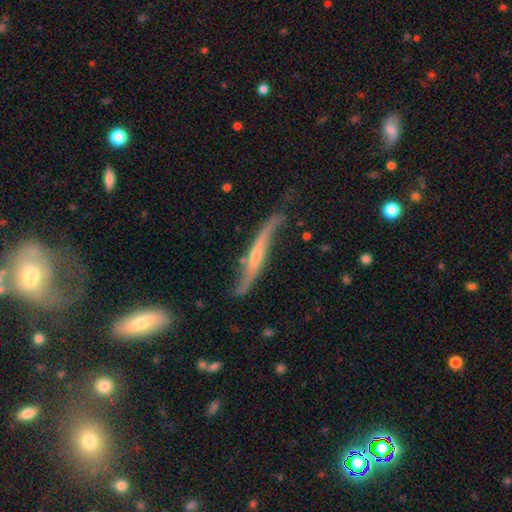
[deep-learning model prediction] This appears to be a featured or disk galaxy (79%) viewed edge-on (55%). Merging: none (57%).